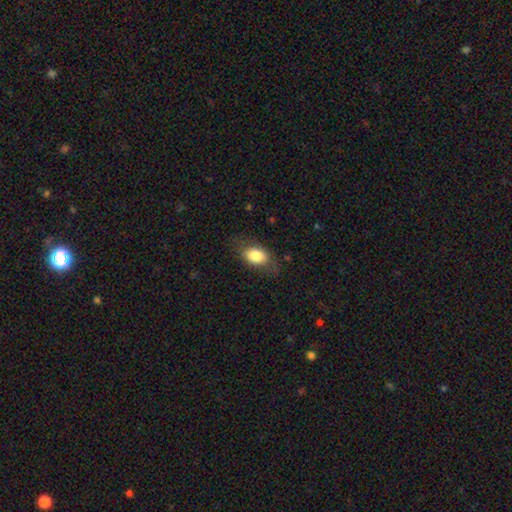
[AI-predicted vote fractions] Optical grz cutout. It shows a smooth galaxy with no disk features (79%) that is in between round and cigar-shaped (86%). Merging: none (69%).